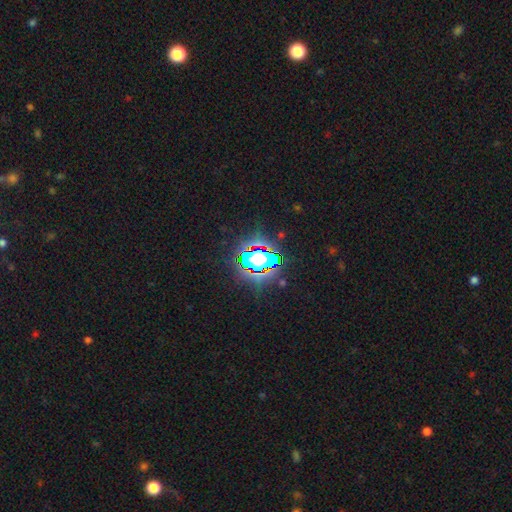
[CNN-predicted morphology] A star or artifact, not a galaxy (63%).

Vote fractions:
- Smooth or featured? star or artifact: 63% / smooth: 24% / featured or disk: 14%